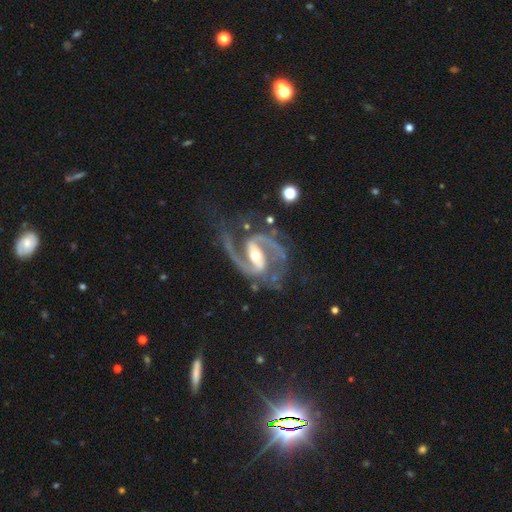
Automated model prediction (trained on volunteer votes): Overall: featured or disk (93%). Edge-on disk: no (98%). Bar: strong (56%; weak 32%). Spiral arms: yes (98%). Spiral arm count: 2 (93%). Spiral winding: medium (65%). Bulge size: moderate (68%). Merging: none (67%).